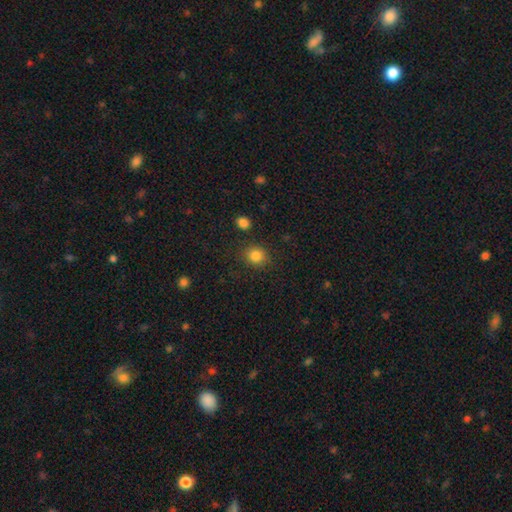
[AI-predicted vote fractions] smooth-or-featured: smooth: 84% | star or artifact: 11% | featured or disk: 5%
  how-rounded: round: 79% | in between: 20% | cigar-shaped: 1%
  merging: none: 85% | minor disturbance: 9% | major disturbance: 3% | merger: 3%